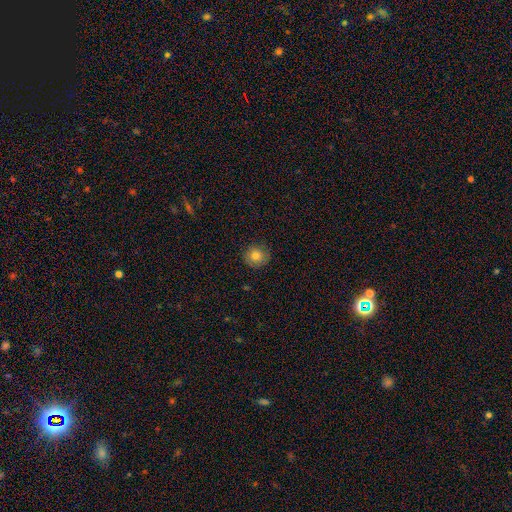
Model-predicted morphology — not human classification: Overall: smooth (77%). How rounded: round (91%). Merging: none (83%).